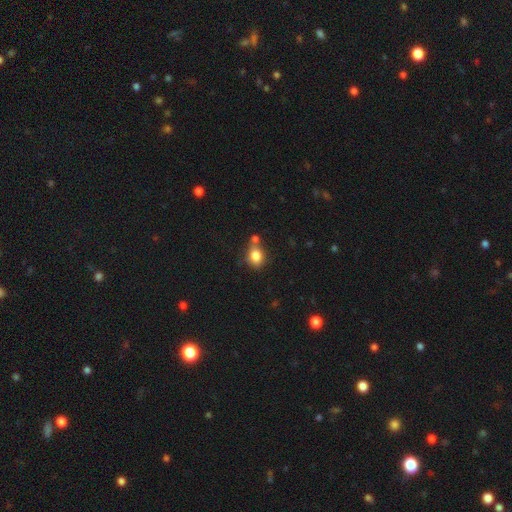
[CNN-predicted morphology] The model was most divided on "how rounded": in between: 54%, round: 45%, cigar-shaped: 1%. More confident: smooth or featured — smooth (83%); merging — none (55%).